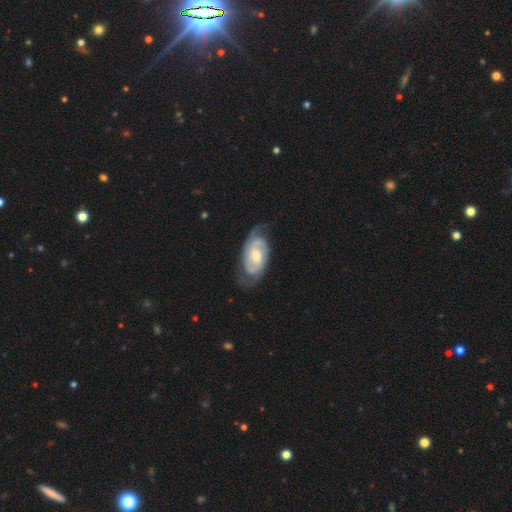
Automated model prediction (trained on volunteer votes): featured or disk 82%, smooth 14%, star or artifact 4%. Down the decision tree: edge-on disk — no (95%); bar — weak (45%); spiral arms — yes (94%); spiral arm count — 2 (73%); spiral winding — tight (45%); bulge size — moderate (60%); merging — none (67%).